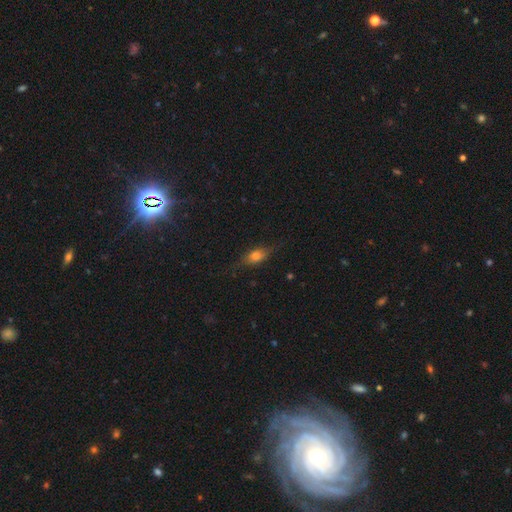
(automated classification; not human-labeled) A smooth galaxy with no disk features (55%) that is in between round and cigar-shaped (67%).

Vote fractions:
- Smooth or featured? smooth: 55% / featured or disk: 33% / star or artifact: 12%
- How rounded? in between: 67% / cigar-shaped: 22% / round: 11%
- Merging? none: 73% / minor disturbance: 19% / major disturbance: 7% / merger: 1%